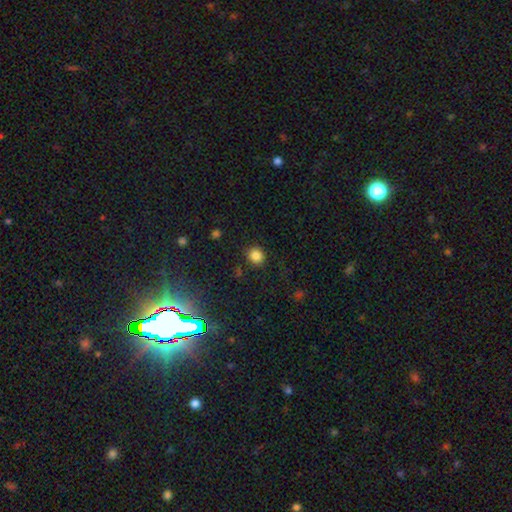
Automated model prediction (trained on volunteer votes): Q: Smooth or featured?
A: smooth (83%); runner-up: star or artifact (13%)
Q: How rounded?
A: round (80%); runner-up: in between (20%)
Q: Merging?
A: none (87%); runner-up: minor disturbance (9%)